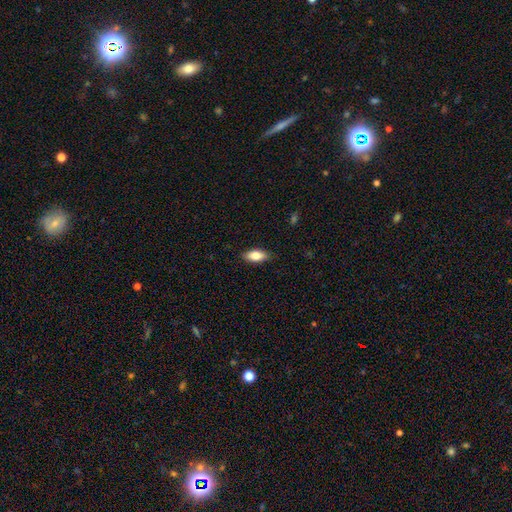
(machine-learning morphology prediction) This is likely a smooth galaxy (79%). How rounded: clearly in between (85%). Merging: clearly none (86%).